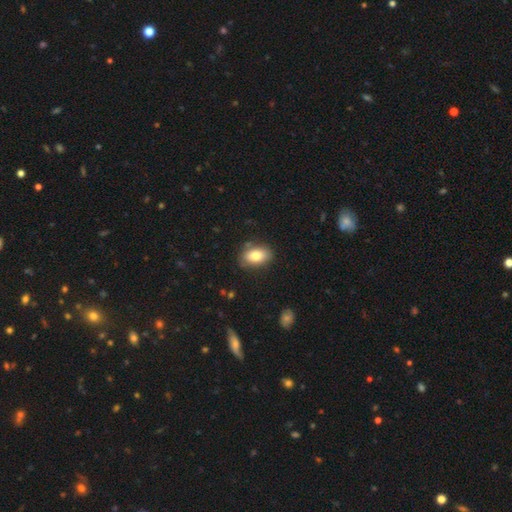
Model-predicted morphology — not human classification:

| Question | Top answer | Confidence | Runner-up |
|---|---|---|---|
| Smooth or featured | smooth | 81% | featured or disk (12%) |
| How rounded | in between | 88% | round (10%) |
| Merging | none | 80% | minor disturbance (15%) |